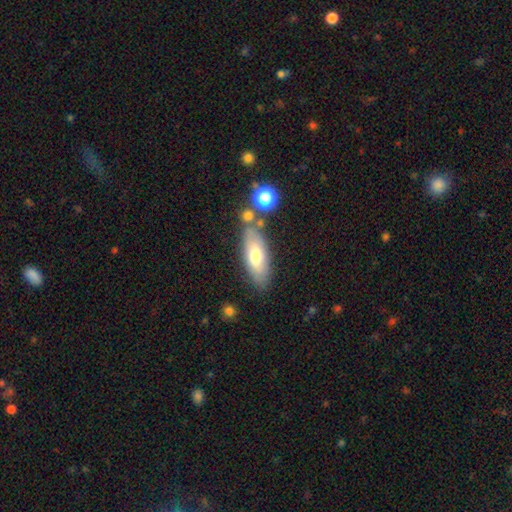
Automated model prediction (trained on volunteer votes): Smooth or featured? Predicted: smooth (p=0.65). How rounded? Predicted: in between (p=0.68). Merging? Predicted: none (p=0.72).